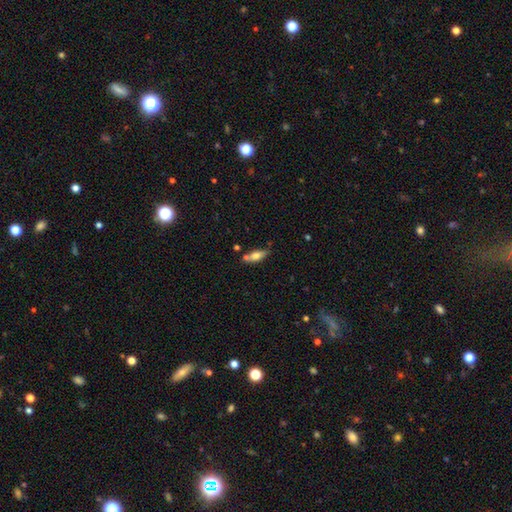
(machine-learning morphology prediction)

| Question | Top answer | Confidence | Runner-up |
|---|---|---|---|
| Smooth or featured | smooth | 66% | featured or disk (27%) |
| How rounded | in between | 72% | cigar-shaped (24%) |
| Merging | none | 63% | minor disturbance (17%) |